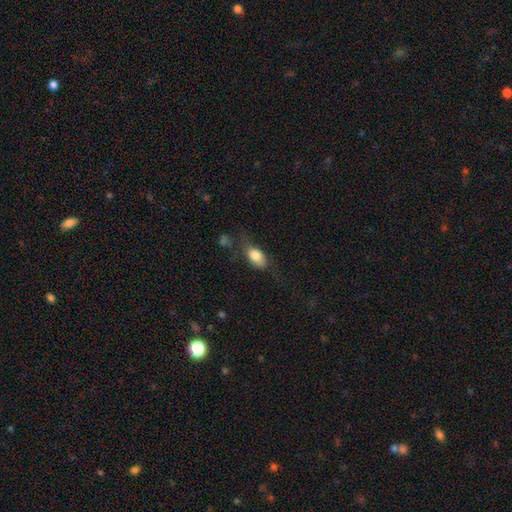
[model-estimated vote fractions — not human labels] This appears to be a smooth galaxy with no disk features (80%) that is in between round and cigar-shaped (88%). Merging: none (52%).